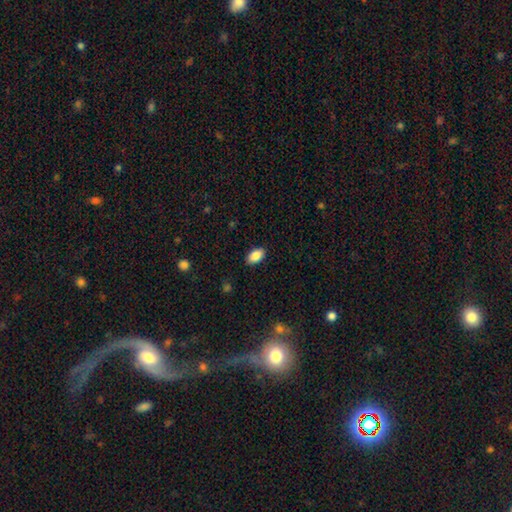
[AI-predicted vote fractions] Smooth or featured? smooth (88%)
How rounded? in between (93%)
Merging? none (88%)